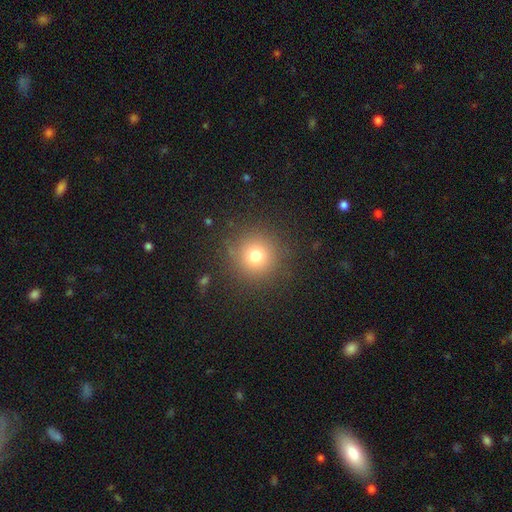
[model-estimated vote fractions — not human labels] Q: Smooth or featured?
A: smooth (74%); runner-up: star or artifact (17%)
Q: How rounded?
A: round (95%); runner-up: in between (4%)
Q: Merging?
A: none (87%); runner-up: minor disturbance (8%)